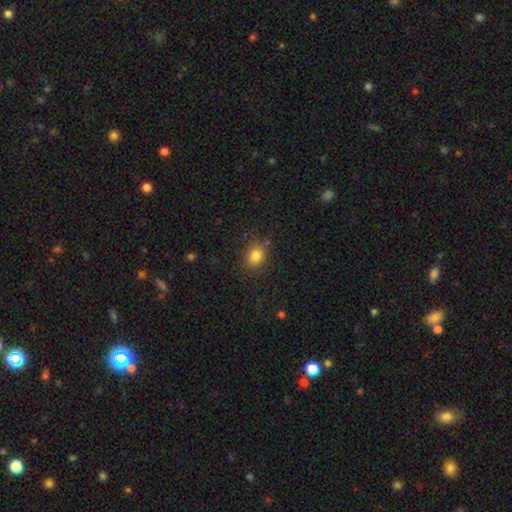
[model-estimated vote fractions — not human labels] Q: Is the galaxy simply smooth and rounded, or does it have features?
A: smooth — 82%.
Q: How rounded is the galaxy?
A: round — 53%.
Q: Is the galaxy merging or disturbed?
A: none — 80%.